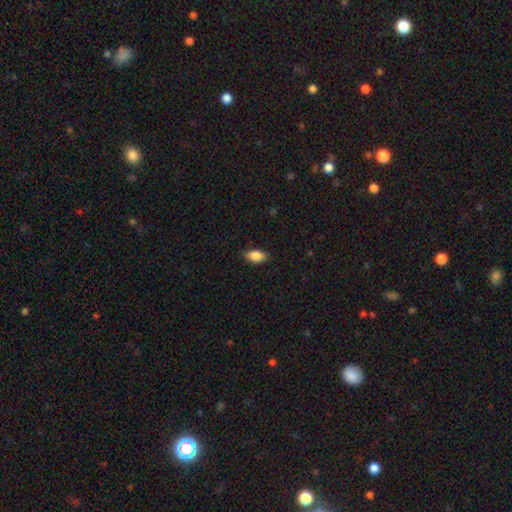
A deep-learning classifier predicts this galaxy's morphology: A smooth galaxy with no disk features (87%) that is in between round and cigar-shaped (90%). Merging: none (82%).